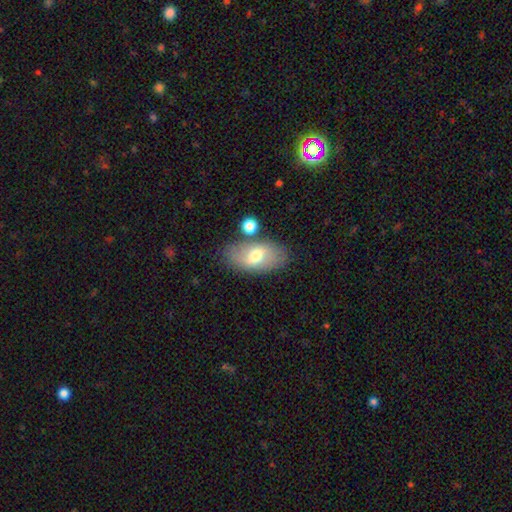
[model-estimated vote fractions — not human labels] This is possibly a smooth galaxy (59%). How rounded: clearly in between (91%). Merging: likely none (70%).